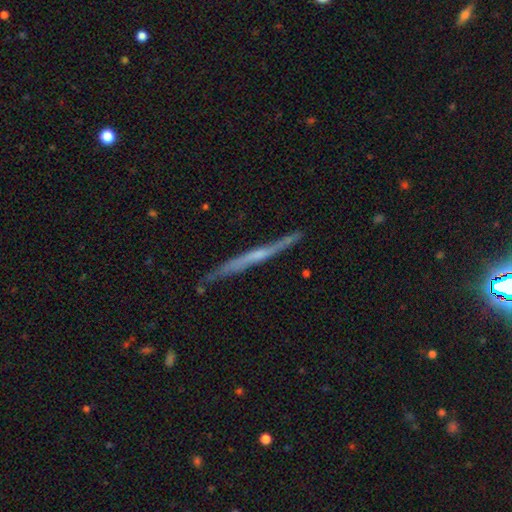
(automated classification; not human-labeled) Smooth or featured?
  - featured or disk: 68% *
  - smooth: 26%
  - star or artifact: 6%
Edge-on disk?
  - yes: 95% *
  - no: 5%
Edge-on bulge?
  - none: 64% *
  - rounded: 27%
  - boxy: 9%
Merging?
  - none: 78% *
  - minor disturbance: 17%
  - major disturbance: 3%
  - merger: 2%